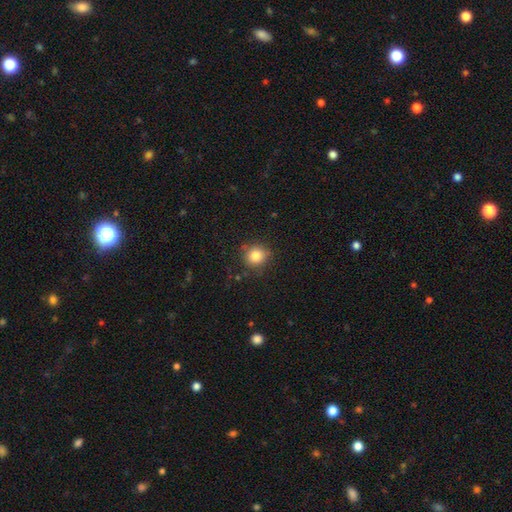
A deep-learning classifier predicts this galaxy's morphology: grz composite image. It shows a smooth galaxy with no disk features (83%) that is round (88%). Merging: none (83%).